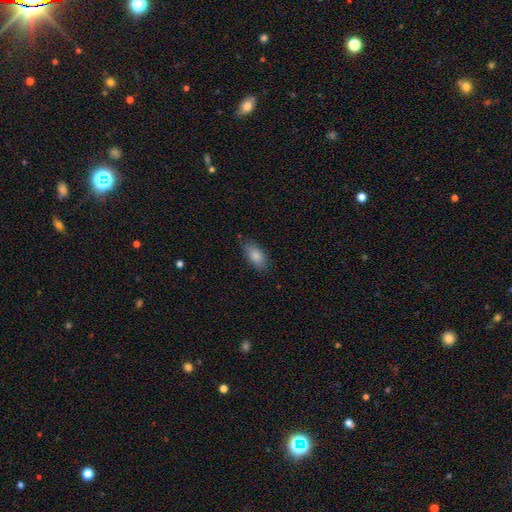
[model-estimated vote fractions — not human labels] Smooth or featured: smooth — 84% (featured or disk — 9%)
How rounded: in between — 90% (cigar-shaped — 5%)
Merging: none — 77% (minor disturbance — 18%)